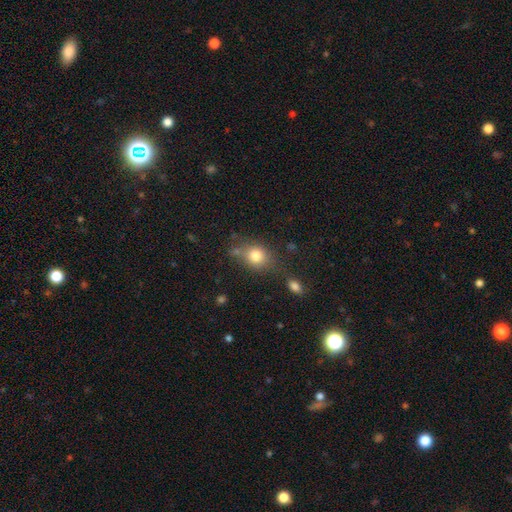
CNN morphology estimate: smooth_or_featured: smooth (p=0.80) [alt: star or artifact p=0.11]
how_rounded: round (p=0.55) [alt: in between p=0.43]
merging: none (p=0.63) [alt: minor disturbance p=0.18]